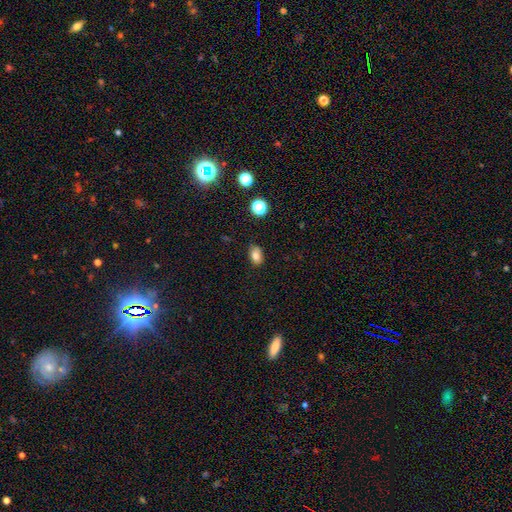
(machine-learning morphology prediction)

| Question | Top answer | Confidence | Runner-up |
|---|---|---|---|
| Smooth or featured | smooth | 81% | star or artifact (11%) |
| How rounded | in between | 82% | round (16%) |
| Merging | none | 79% | minor disturbance (16%) |